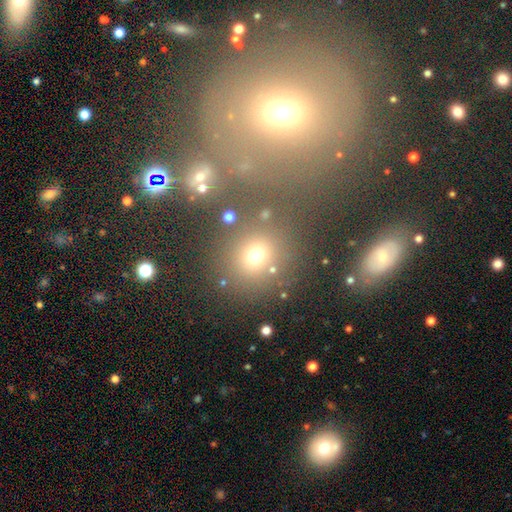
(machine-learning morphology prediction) Smooth or featured?
  - smooth: 67% *
  - star or artifact: 22%
  - featured or disk: 10%
How rounded?
  - round: 82% *
  - in between: 16%
  - cigar-shaped: 2%
Merging?
  - none: 69% *
  - merger: 14%
  - minor disturbance: 10%
  - major disturbance: 7%